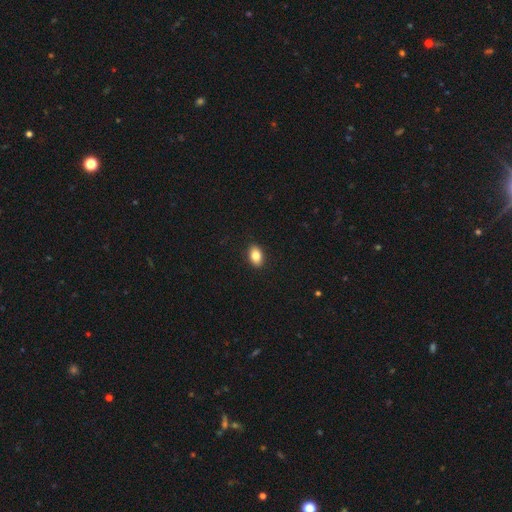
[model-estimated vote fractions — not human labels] A smooth galaxy with no disk features (85%) that is in between round and cigar-shaped (87%). Merging: none (91%).